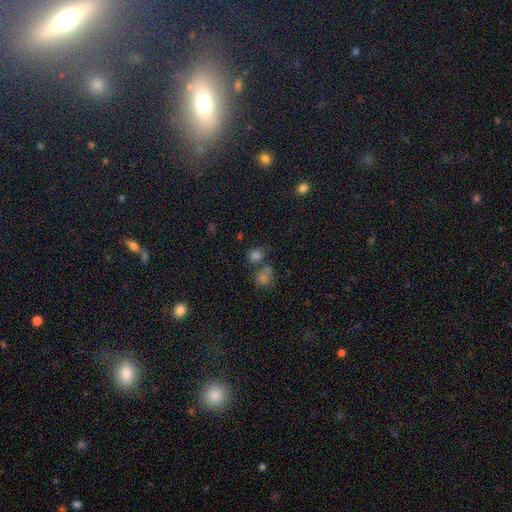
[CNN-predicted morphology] Overall: smooth (74%). How rounded: round (82%). Merging: none (55%; merger 30%).